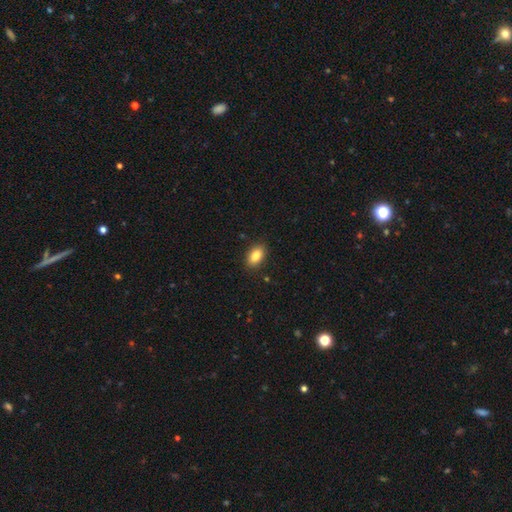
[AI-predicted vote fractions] A smooth galaxy with no disk features (87%) that is in between round and cigar-shaped (91%).

Vote fractions:
- Smooth or featured? smooth: 87% / star or artifact: 8% / featured or disk: 5%
- How rounded? in between: 91% / round: 7% / cigar-shaped: 2%
- Merging? none: 88% / minor disturbance: 9% / major disturbance: 2% / merger: 1%